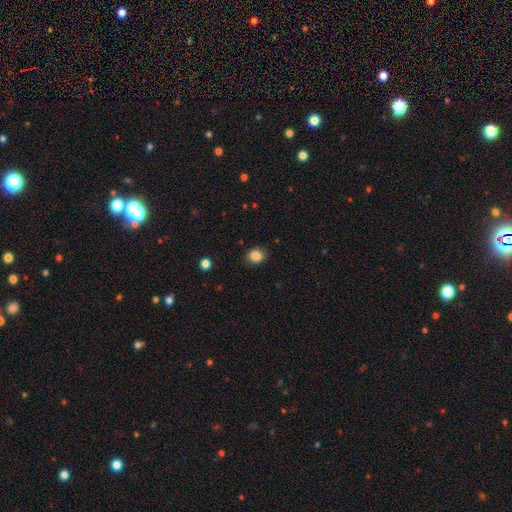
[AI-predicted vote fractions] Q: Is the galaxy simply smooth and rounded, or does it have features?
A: smooth — 85%.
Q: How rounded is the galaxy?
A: round — 61%.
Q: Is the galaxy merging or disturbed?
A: none — 83%.